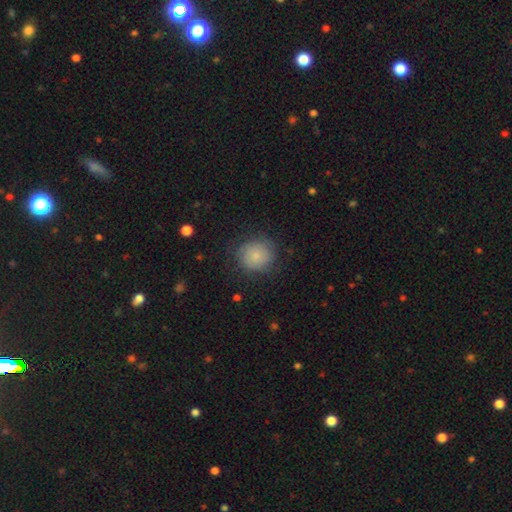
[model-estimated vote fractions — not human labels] A smooth galaxy with no disk features (80%) that is round (88%). Merging: none (77%).